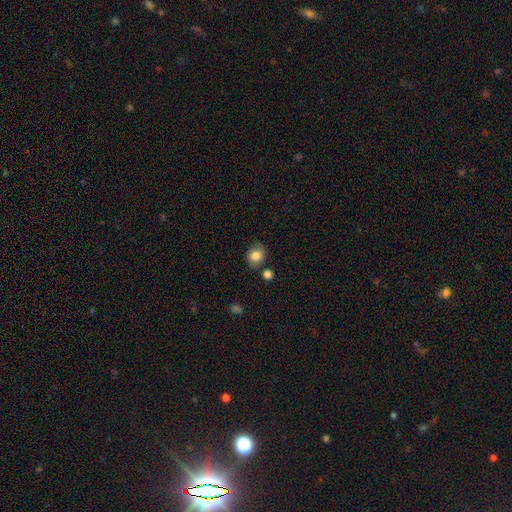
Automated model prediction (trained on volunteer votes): Smooth or featured?
  - smooth: 84% *
  - star or artifact: 9%
  - featured or disk: 6%
How rounded?
  - round: 59% *
  - in between: 40%
  - cigar-shaped: 1%
Merging?
  - none: 79% *
  - minor disturbance: 12%
  - merger: 6%
  - major disturbance: 3%